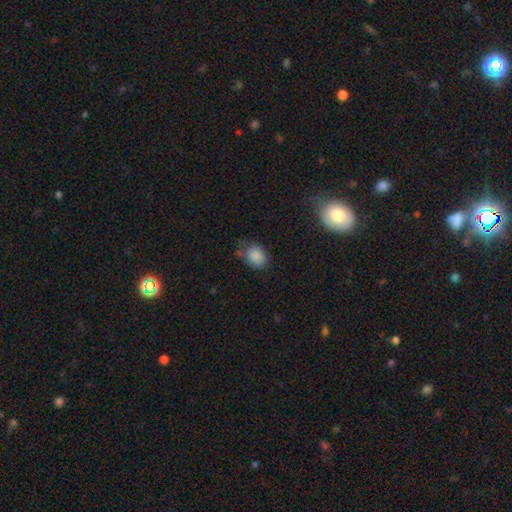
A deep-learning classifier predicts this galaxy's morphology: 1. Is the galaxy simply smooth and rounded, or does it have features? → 85% smooth, 9% star or artifact, 5% featured or disk.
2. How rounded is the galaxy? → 52% in between, 47% round, 1% cigar-shaped.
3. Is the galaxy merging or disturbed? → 60% none, 29% minor disturbance, 8% major disturbance, 4% merger.